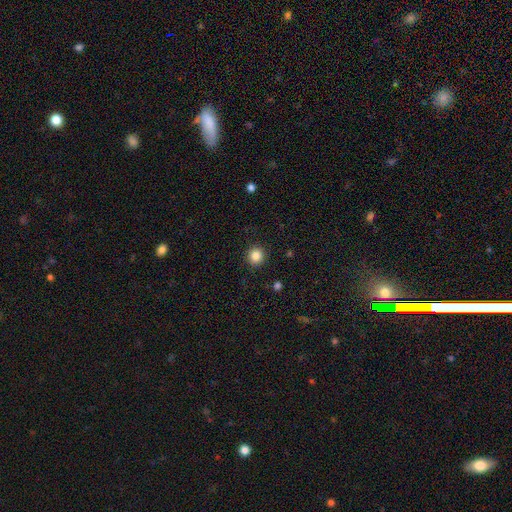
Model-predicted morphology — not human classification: This is clearly a smooth galaxy (85%). How rounded: clearly round (93%). Merging: clearly none (91%).